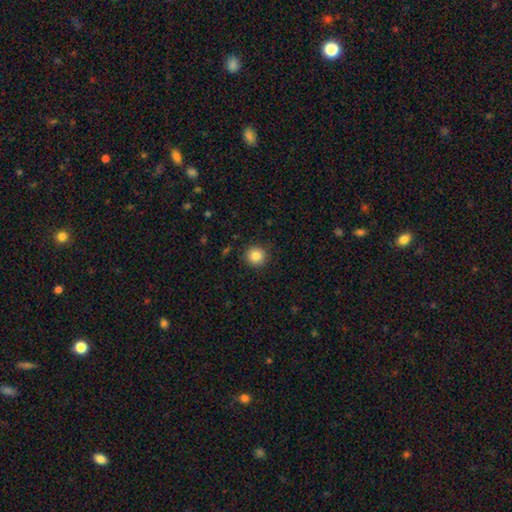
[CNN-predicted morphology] This appears to be a smooth galaxy with no disk features (85%) that is round (94%). Merging: none (91%).